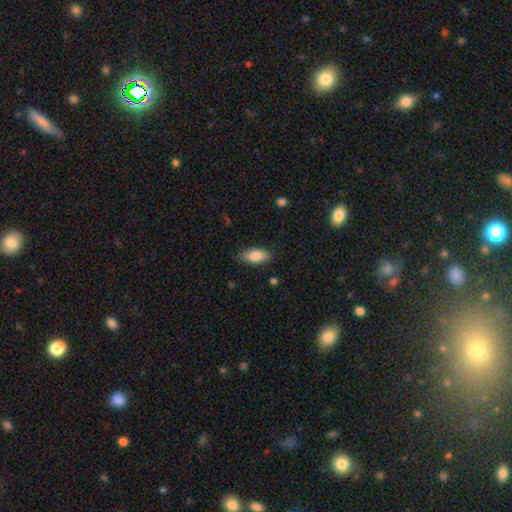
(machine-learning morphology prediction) Smooth or featured: smooth — 86% (featured or disk — 7%)
How rounded: in between — 89% (cigar-shaped — 9%)
Merging: none — 83% (minor disturbance — 14%)